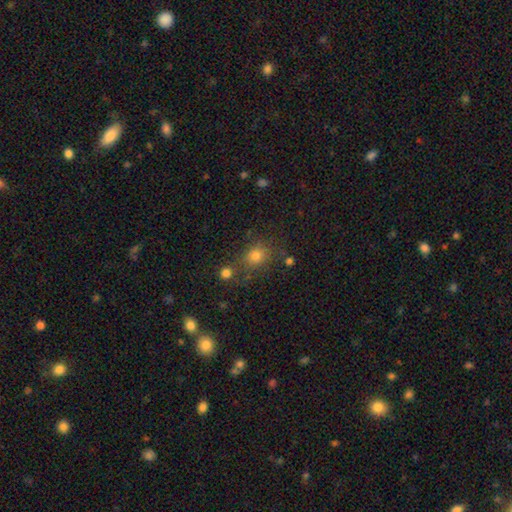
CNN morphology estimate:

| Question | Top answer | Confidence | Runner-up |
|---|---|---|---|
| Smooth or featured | smooth | 75% | star or artifact (17%) |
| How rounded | round | 71% | in between (27%) |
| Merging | none | 70% | merger (12%) |